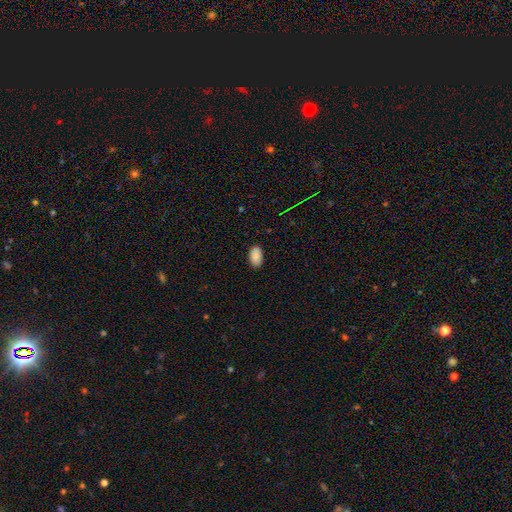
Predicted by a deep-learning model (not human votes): Overall: smooth (88%). How rounded: in between (94%). Merging: none (85%).